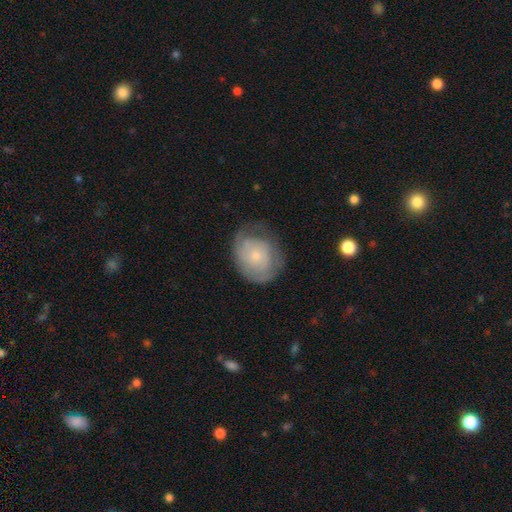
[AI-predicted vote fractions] This is possibly a featured or disk galaxy (47%). Merging: possibly none (54%).